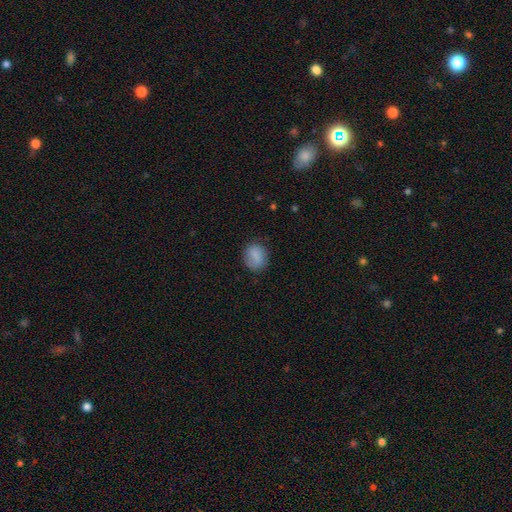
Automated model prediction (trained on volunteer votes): Smooth or featured? Predicted: smooth (p=0.79). How rounded? Predicted: round (p=0.61). Merging? Predicted: none (p=0.77).